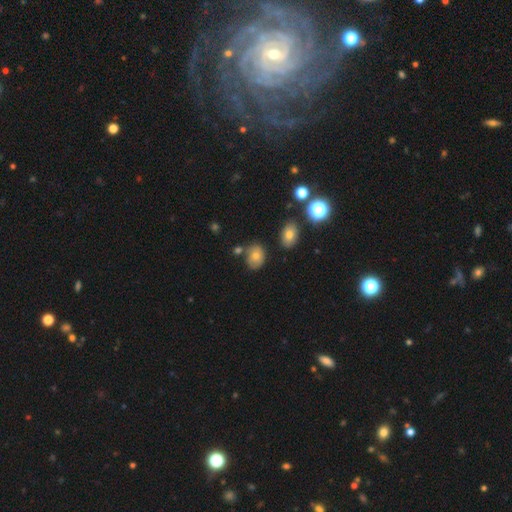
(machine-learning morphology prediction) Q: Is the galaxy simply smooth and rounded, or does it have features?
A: smooth — 71%.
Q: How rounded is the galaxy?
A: in between — 54%.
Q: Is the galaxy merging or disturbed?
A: none — 67%.